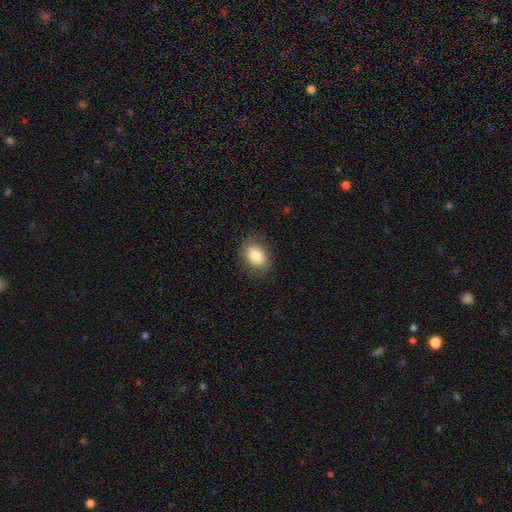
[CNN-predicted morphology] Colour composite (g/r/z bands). It shows a smooth galaxy with no disk features (83%) that is in between round and cigar-shaped (77%). Merging: none (84%).